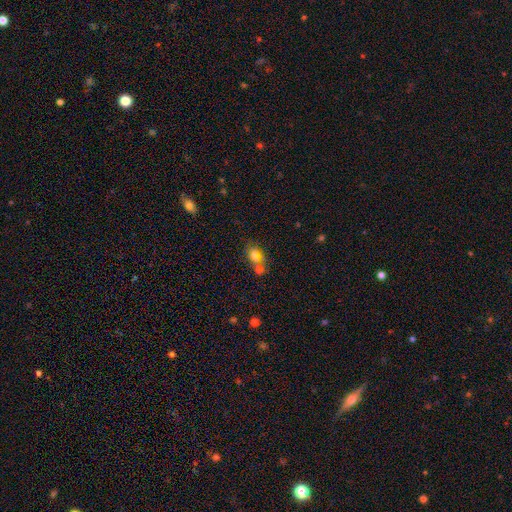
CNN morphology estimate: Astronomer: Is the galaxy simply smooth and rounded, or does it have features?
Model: smooth — 61%.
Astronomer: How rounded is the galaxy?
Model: in between — 78%.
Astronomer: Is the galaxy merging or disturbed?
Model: merger — 46% (runner-up: none, 34%).